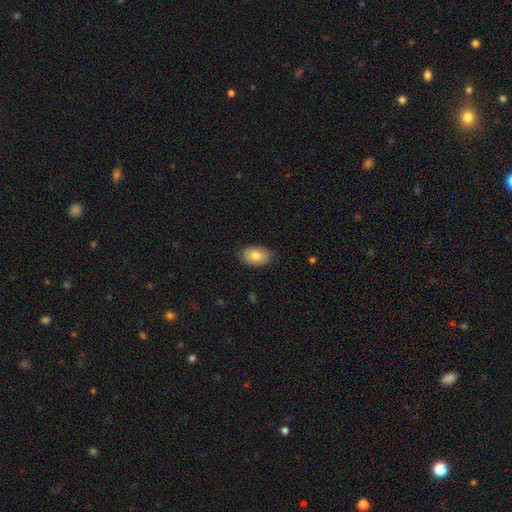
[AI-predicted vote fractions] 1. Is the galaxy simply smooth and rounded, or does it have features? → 80% smooth, 14% featured or disk, 7% star or artifact.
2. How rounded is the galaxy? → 90% in between, 8% round, 1% cigar-shaped.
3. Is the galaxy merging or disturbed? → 84% none, 12% minor disturbance, 2% major disturbance, 1% merger.